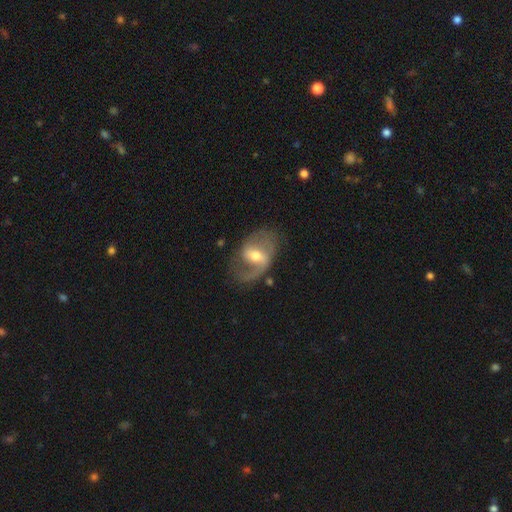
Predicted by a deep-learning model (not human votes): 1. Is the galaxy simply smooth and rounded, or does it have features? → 80% featured or disk, 14% smooth, 6% star or artifact.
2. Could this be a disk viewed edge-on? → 96% no, 4% yes.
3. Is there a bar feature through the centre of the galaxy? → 53% weak, 26% strong, 21% no.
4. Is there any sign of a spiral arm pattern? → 90% yes, 10% no.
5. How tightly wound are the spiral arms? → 44% loose (tied), 44% medium (tied), 12% tight.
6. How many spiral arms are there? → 70% 2, 21% 1, 6% can't tell, 1% 3, 1% 4, 1% more than 4.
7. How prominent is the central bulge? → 65% moderate, 27% small, 6% large, 1% none, 1% dominant.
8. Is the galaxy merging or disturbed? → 59% none, 21% minor disturbance, 18% major disturbance, 2% merger.